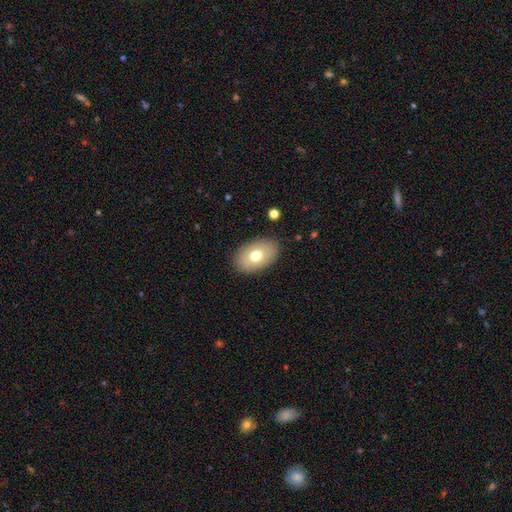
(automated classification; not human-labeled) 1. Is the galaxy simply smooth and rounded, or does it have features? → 70% smooth, 22% featured or disk, 7% star or artifact.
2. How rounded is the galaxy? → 88% in between, 11% round, 1% cigar-shaped.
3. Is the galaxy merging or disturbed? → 86% none, 10% minor disturbance, 3% major disturbance, 1% merger.